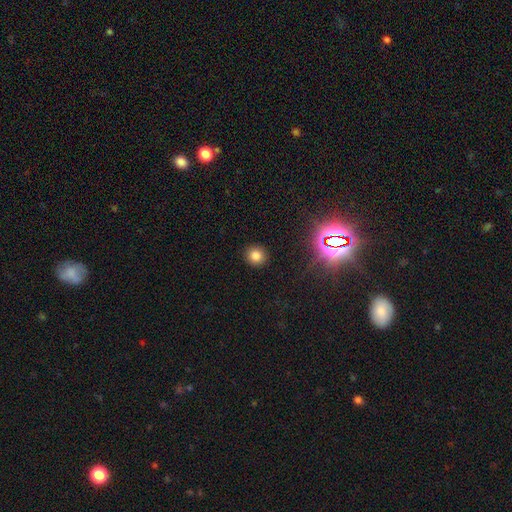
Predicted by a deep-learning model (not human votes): A smooth galaxy with no disk features (80%) that is round (90%). Merging: none (91%).